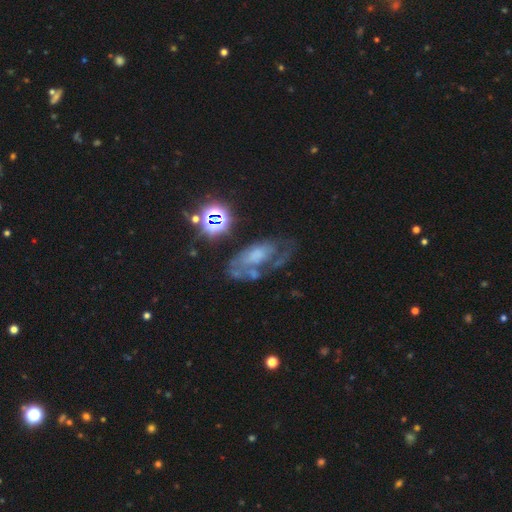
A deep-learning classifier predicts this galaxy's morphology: Overall: featured or disk (58%; smooth 26%). Edge-on disk: no (93%). Bar: no (81%). Spiral arms: yes (53%; no 47%). Bulge size: none (41%; moderate 22%). Merging: none (39%; major disturbance 29%).